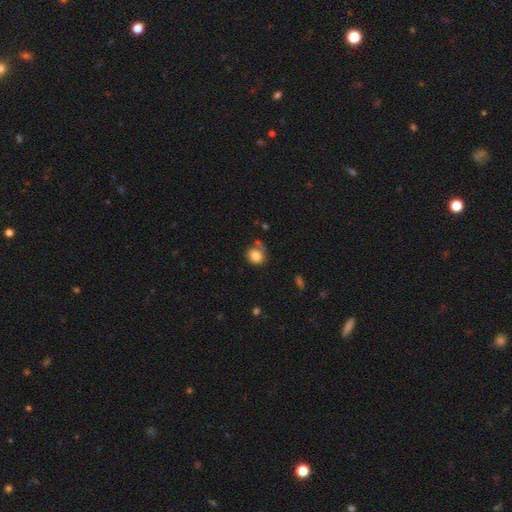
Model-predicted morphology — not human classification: Q: Smooth or featured?
A: smooth (81%); runner-up: featured or disk (10%)
Q: How rounded?
A: round (64%); runner-up: in between (35%)
Q: Merging?
A: none (58%); runner-up: minor disturbance (20%)